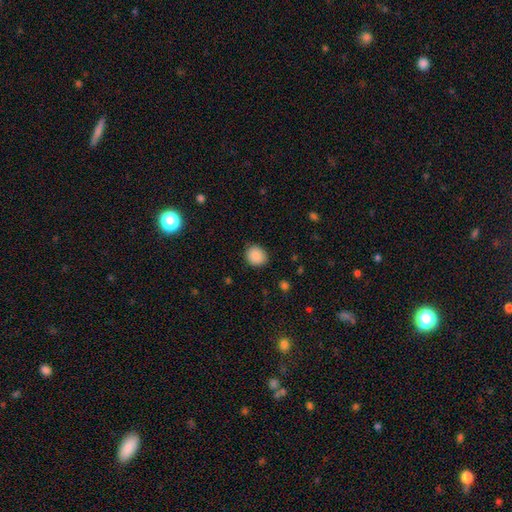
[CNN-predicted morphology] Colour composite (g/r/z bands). It shows a smooth galaxy with no disk features (89%) that is round (75%). Merging: none (86%).